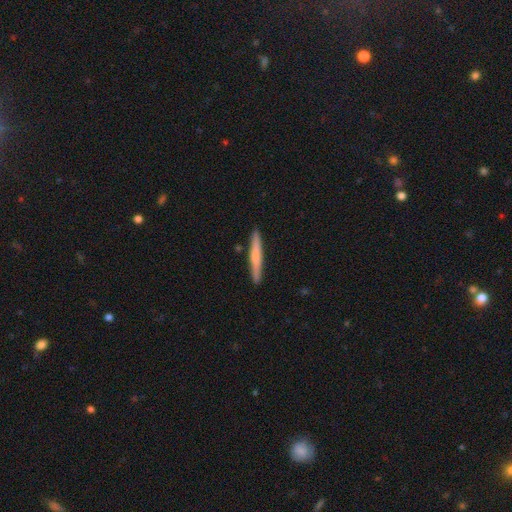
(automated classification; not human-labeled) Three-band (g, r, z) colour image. It shows a smooth galaxy with no disk features (61%) that is cigar-shaped (96%). Merging: none (90%).